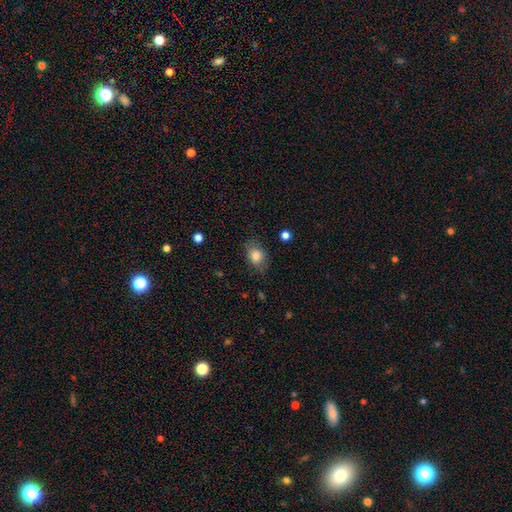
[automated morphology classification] This appears to be a smooth galaxy with no disk features (81%) that is in between round and cigar-shaped (74%). Merging: none (74%).